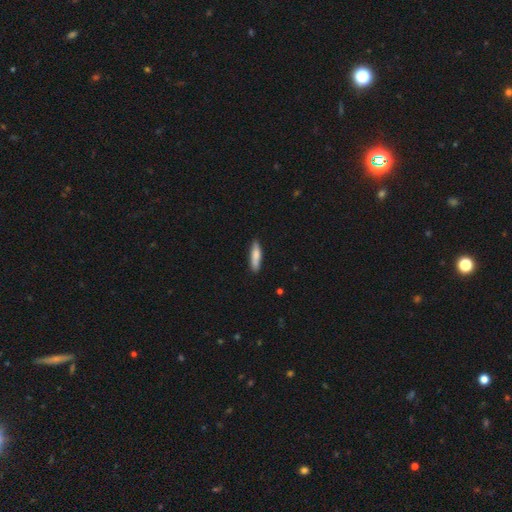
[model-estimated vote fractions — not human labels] Q: Smooth or featured?
A: smooth (80%); runner-up: featured or disk (14%)
Q: How rounded?
A: cigar-shaped (74%); runner-up: in between (25%)
Q: Merging?
A: none (84%); runner-up: minor disturbance (13%)